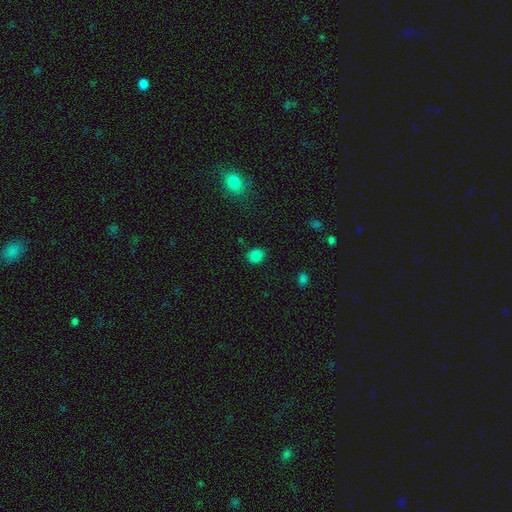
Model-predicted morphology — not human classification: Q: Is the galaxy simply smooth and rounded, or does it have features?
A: smooth — 84%.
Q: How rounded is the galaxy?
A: round — 66%.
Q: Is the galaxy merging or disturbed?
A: none — 85%.